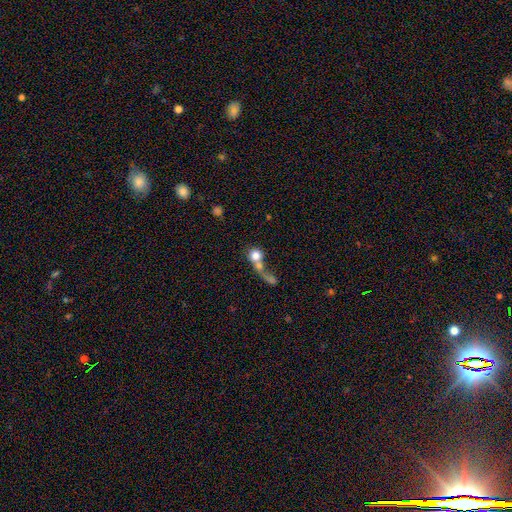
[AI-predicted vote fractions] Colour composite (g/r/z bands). It shows a smooth galaxy with no disk features (72%) that is round (82%). Merging: merger (56%).